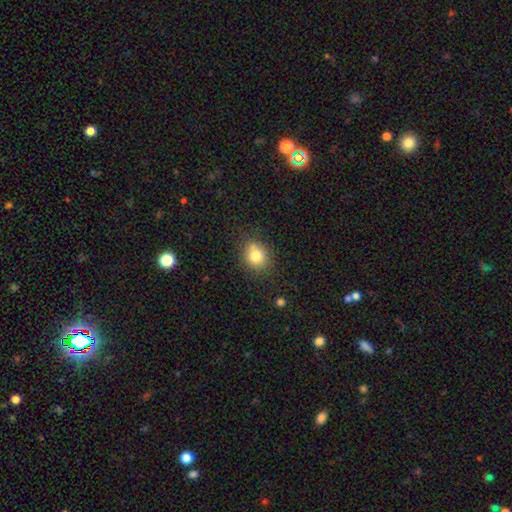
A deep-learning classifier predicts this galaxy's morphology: This appears to be a smooth galaxy with no disk features (79%) that is round (71%). Merging: none (71%).